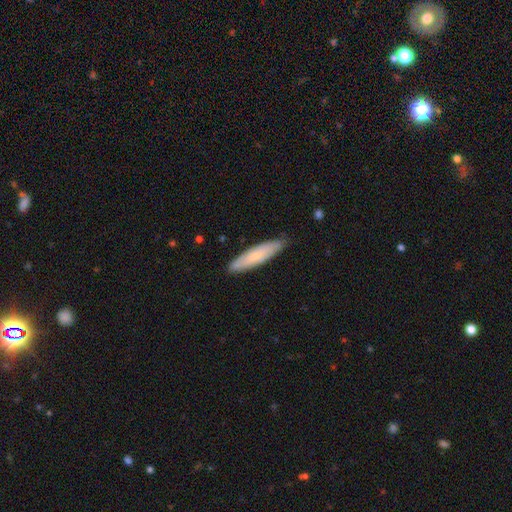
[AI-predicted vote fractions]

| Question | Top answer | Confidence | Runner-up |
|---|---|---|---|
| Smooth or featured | smooth | 67% | featured or disk (28%) |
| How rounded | cigar-shaped | 80% | in between (18%) |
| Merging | none | 86% | minor disturbance (12%) |